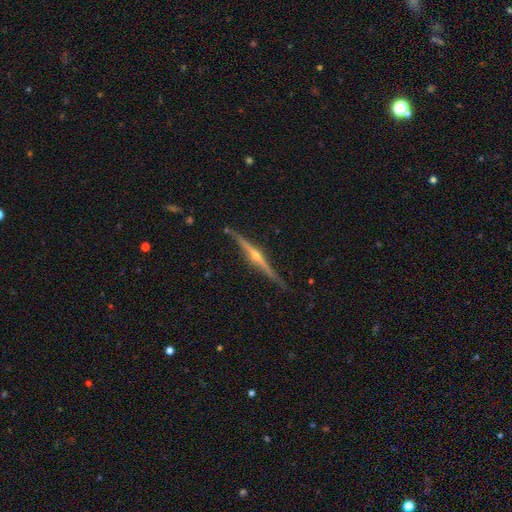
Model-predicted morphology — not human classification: A featured or disk galaxy (86%) viewed edge-on (98%) with a rounded central bulge (91%). Merging: none (88%).